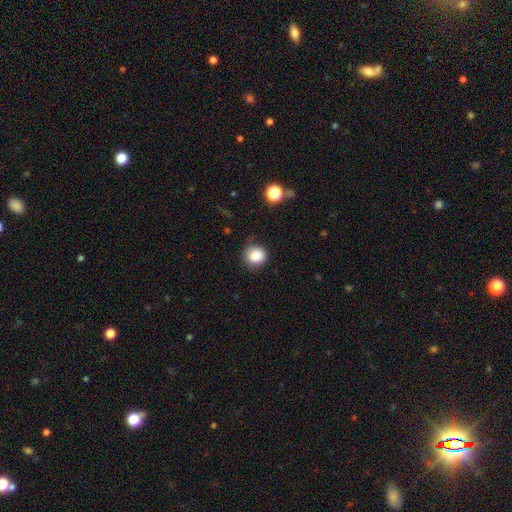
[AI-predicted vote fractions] This is clearly a smooth galaxy (86%). How rounded: clearly round (86%). Merging: clearly none (81%).